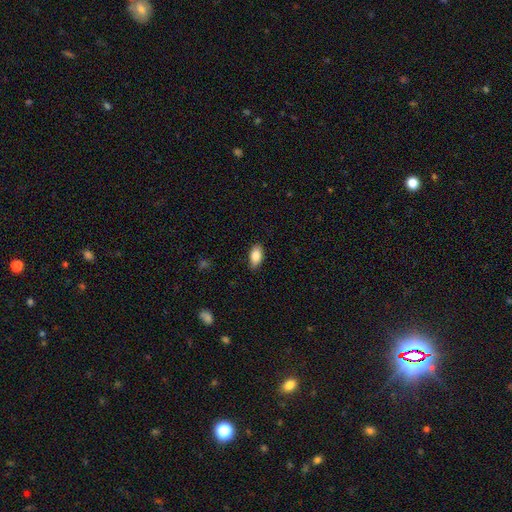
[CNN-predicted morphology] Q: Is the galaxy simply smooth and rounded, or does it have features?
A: smooth — 85%.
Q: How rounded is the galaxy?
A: in between — 91%.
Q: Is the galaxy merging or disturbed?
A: none — 84%.